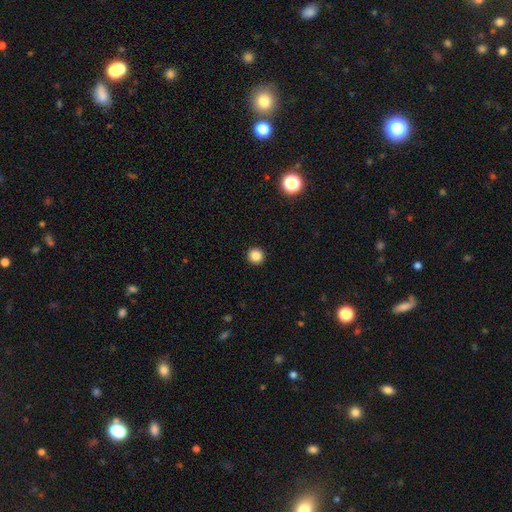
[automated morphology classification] This appears to be a smooth galaxy with no disk features (85%) that is round (95%). Merging: none (94%).